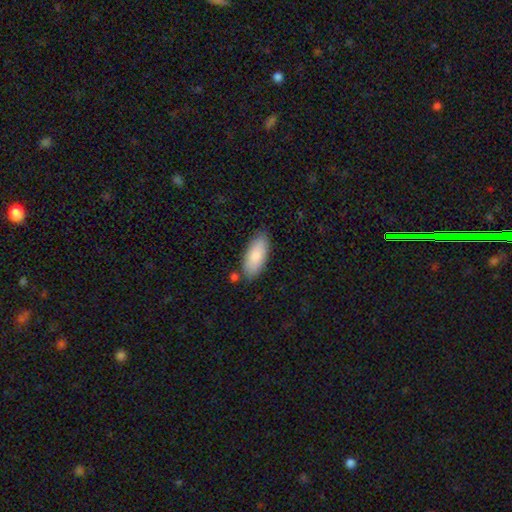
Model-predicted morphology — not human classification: Smooth or featured? Predicted: smooth (p=0.86). How rounded? Predicted: in between (p=0.85). Merging? Predicted: none (p=0.79).